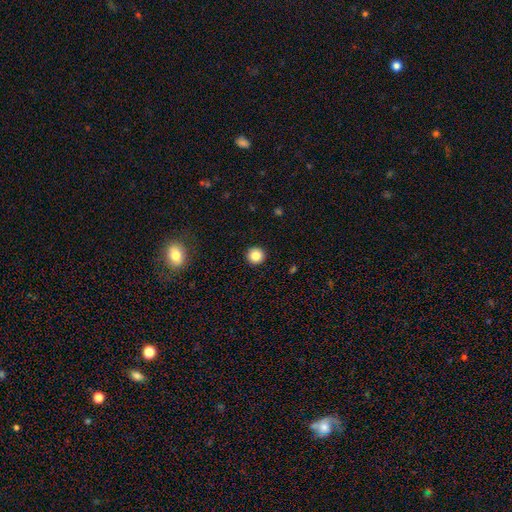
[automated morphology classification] A smooth galaxy with no disk features (85%) that is round (95%).

Vote fractions:
- Smooth or featured? smooth: 85% / star or artifact: 10% / featured or disk: 4%
- How rounded? round: 95% / in between: 4% / cigar-shaped: 1%
- Merging? none: 93% / minor disturbance: 4% / major disturbance: 2% / merger: 1%